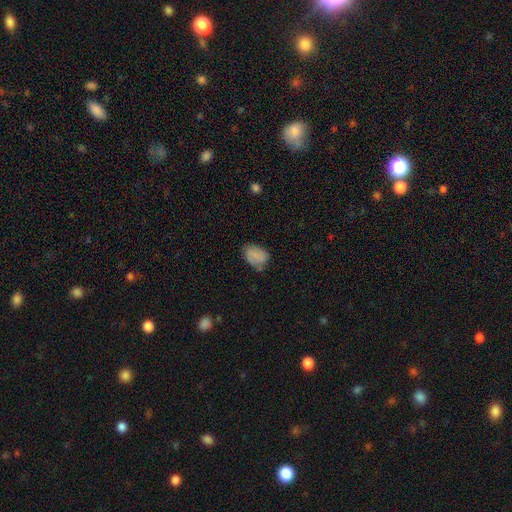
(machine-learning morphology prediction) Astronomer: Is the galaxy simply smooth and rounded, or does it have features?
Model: smooth — 76%.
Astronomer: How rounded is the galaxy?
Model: in between — 76%.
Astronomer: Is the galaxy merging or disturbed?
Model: none — 60%.